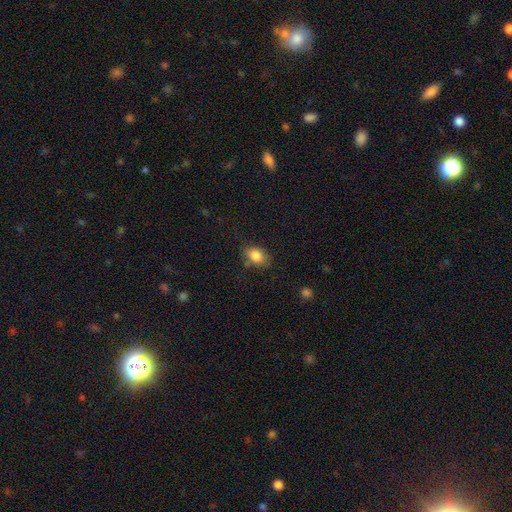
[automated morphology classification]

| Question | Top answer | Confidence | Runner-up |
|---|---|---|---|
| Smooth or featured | smooth | 84% | star or artifact (8%) |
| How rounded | in between | 79% | round (20%) |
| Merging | none | 72% | minor disturbance (20%) |